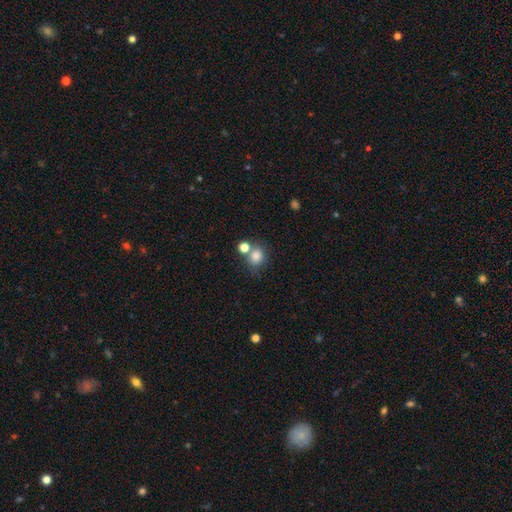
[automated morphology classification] A smooth galaxy with no disk features (81%) that is round (75%).

Vote fractions:
- Smooth or featured? smooth: 81% / star or artifact: 12% / featured or disk: 7%
- How rounded? round: 75% / in between: 24% / cigar-shaped: 1%
- Merging? none: 57% / merger: 27% / minor disturbance: 11% / major disturbance: 5%